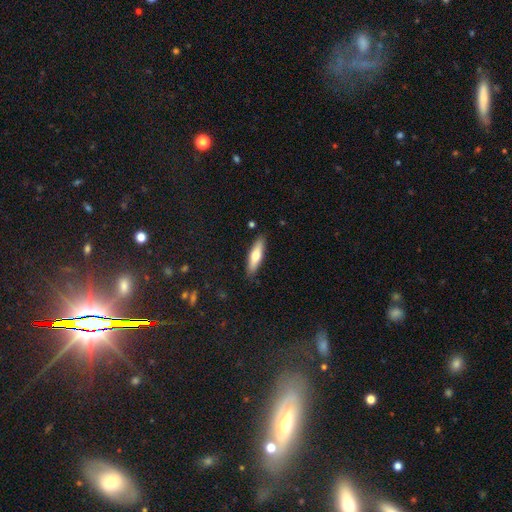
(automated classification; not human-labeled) smooth 62%, featured or disk 32%, star or artifact 6%. Down the decision tree: how rounded — cigar-shaped (64%); merging — none (87%).